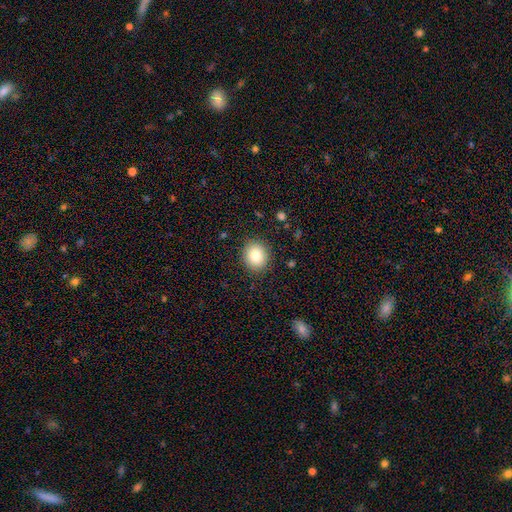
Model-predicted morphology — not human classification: A smooth galaxy with no disk features (82%) that is round (82%). Merging: none (89%).